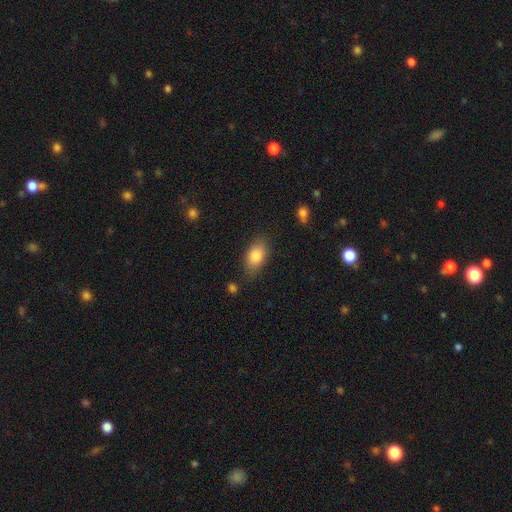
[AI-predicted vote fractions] Smooth or featured? smooth (83%)
How rounded? in between (88%)
Merging? none (79%)